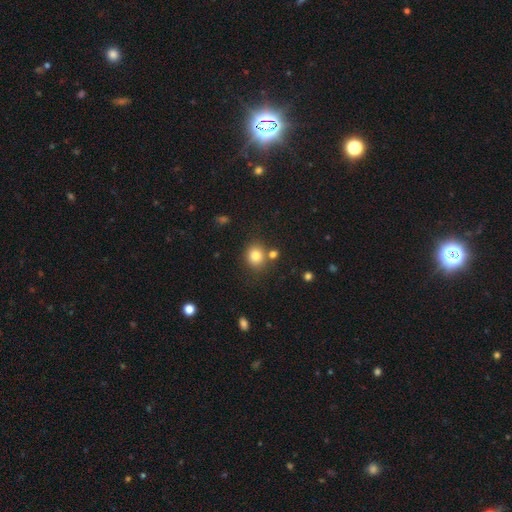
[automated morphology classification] A smooth galaxy with no disk features (81%) that is round (77%).

Vote fractions:
- Smooth or featured? smooth: 81% / star or artifact: 11% / featured or disk: 7%
- How rounded? round: 77% / in between: 22% / cigar-shaped: 1%
- Merging? none: 72% / merger: 14% / minor disturbance: 10% / major disturbance: 4%